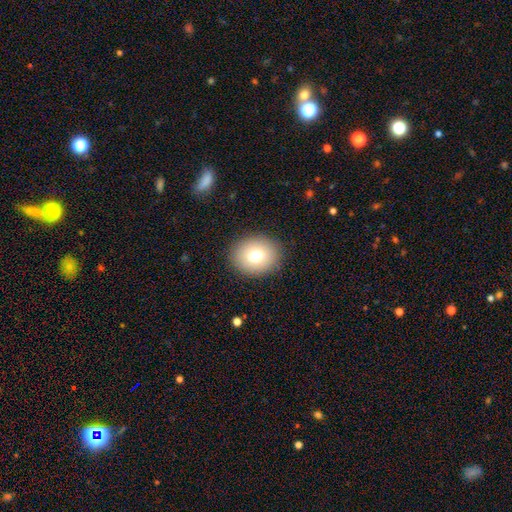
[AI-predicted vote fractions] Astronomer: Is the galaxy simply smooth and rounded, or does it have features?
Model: smooth — 75%.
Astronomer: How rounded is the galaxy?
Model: round — 60% (runner-up: in between, 39%).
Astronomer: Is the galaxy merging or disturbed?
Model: none — 89%.